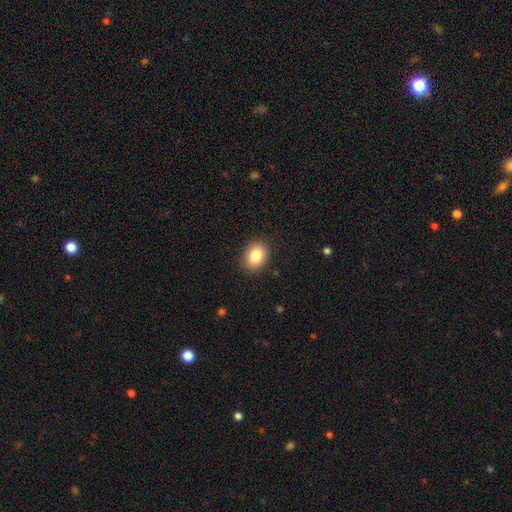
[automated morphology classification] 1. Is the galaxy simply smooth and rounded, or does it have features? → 85% smooth, 8% star or artifact, 7% featured or disk.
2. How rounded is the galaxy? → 71% in between, 28% round, 1% cigar-shaped.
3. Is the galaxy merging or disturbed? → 89% none, 8% minor disturbance, 2% major disturbance, 1% merger.